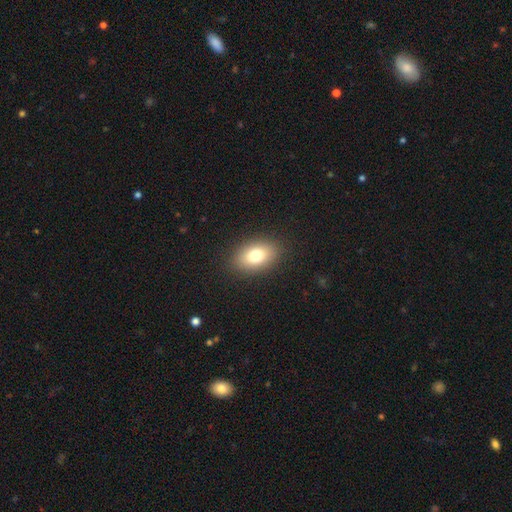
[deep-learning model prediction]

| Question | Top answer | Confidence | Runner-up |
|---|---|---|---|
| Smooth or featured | smooth | 78% | featured or disk (12%) |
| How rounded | in between | 88% | round (10%) |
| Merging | none | 88% | minor disturbance (8%) |